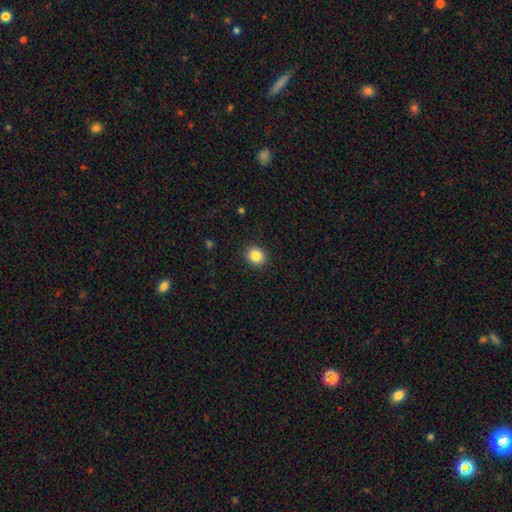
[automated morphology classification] Smooth or featured: smooth — 85% (star or artifact — 10%)
How rounded: round — 72% (in between — 27%)
Merging: none — 91% (minor disturbance — 6%)